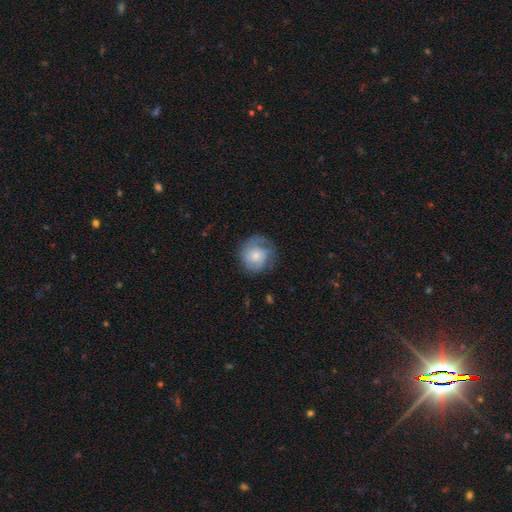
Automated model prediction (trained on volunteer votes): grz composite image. It shows a featured or disk galaxy (52%) with no bar (78%), spiral arms (86%) and a small central bulge (51%). Merging: none (68%).